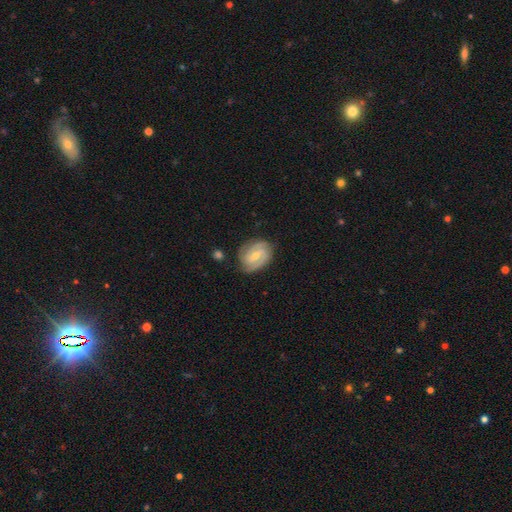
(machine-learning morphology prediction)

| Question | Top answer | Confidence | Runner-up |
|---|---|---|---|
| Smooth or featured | featured or disk | 81% | smooth (13%) |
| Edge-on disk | no | 97% | yes (3%) |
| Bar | weak | 50% | no (35%) |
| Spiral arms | yes | 96% | no (4%) |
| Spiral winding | tight | 58% | medium (34%) |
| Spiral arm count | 2 | 50% | 3 (28%) |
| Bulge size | moderate | 56% | small (41%) |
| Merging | none | 77% | minor disturbance (17%) |